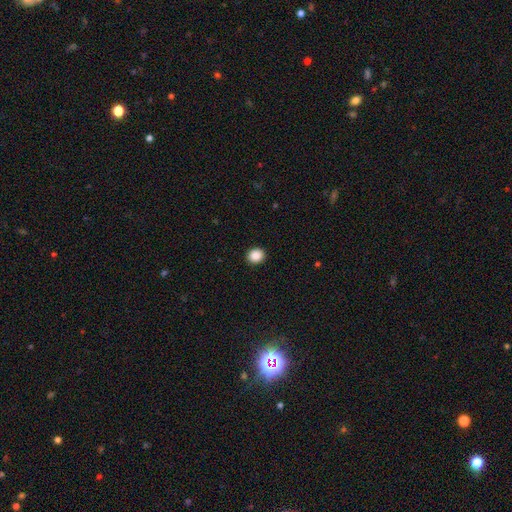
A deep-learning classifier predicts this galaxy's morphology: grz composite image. It shows a smooth galaxy with no disk features (88%) that is round (82%). Merging: none (93%).